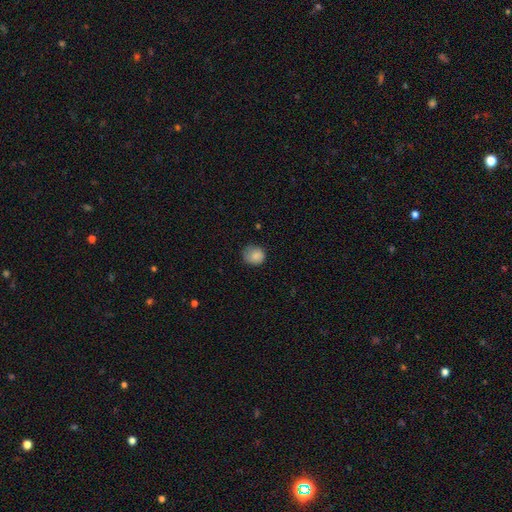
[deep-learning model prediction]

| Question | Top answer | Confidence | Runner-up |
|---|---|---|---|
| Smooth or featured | smooth | 85% | star or artifact (8%) |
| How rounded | round | 76% | in between (23%) |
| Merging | none | 66% | minor disturbance (26%) |